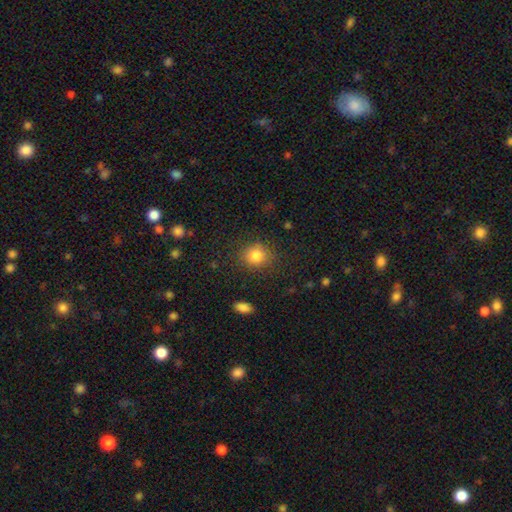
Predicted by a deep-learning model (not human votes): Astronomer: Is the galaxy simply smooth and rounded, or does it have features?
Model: smooth — 83%.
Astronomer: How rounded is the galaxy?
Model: round — 78%.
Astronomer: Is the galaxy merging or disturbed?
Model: none — 83%.